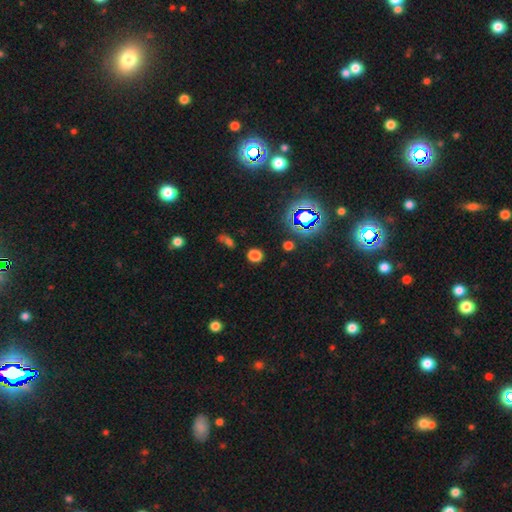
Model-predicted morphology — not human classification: This appears to be a smooth galaxy with no disk features (70%) that is round (61%). Merging: none (84%).